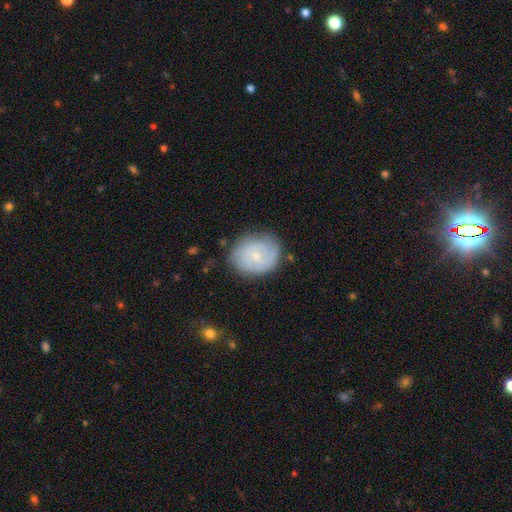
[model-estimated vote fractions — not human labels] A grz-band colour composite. It shows a featured or disk galaxy (55%) with no bar (61%), spiral arms (78%) and a small central bulge (75%). Merging: none (74%).